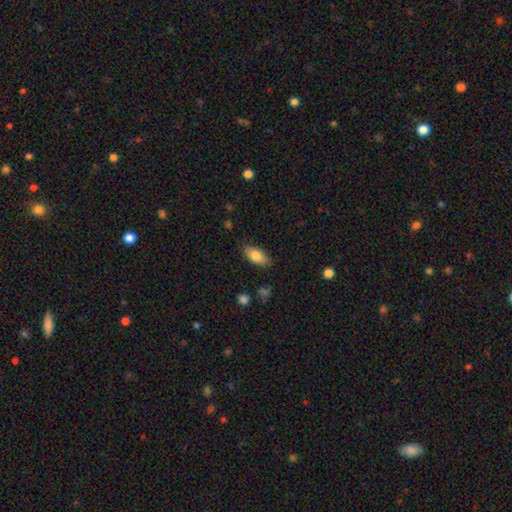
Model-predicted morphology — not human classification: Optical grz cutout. It shows a smooth galaxy with no disk features (80%) that is in between round and cigar-shaped (87%). Merging: none (84%).